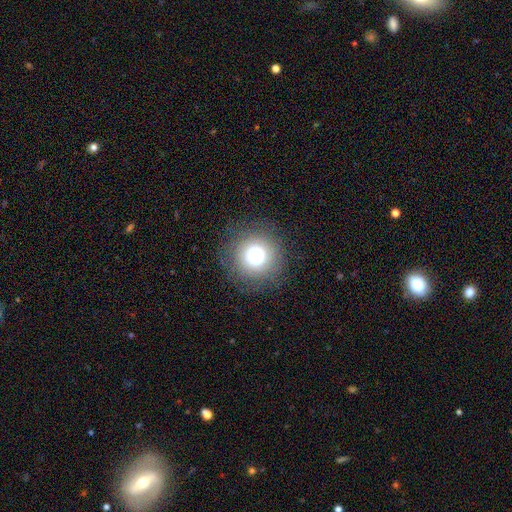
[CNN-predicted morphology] Smooth or featured? smooth (62%)
How rounded? round (96%)
Merging? none (85%)